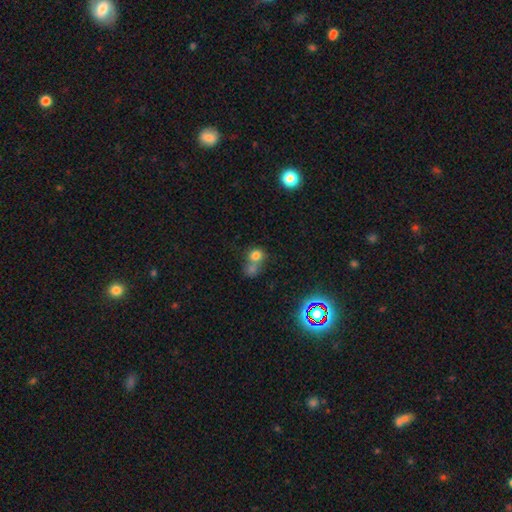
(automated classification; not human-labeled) This appears to be a smooth galaxy with no disk features (75%) that is round (75%). Merging: merger (54%).